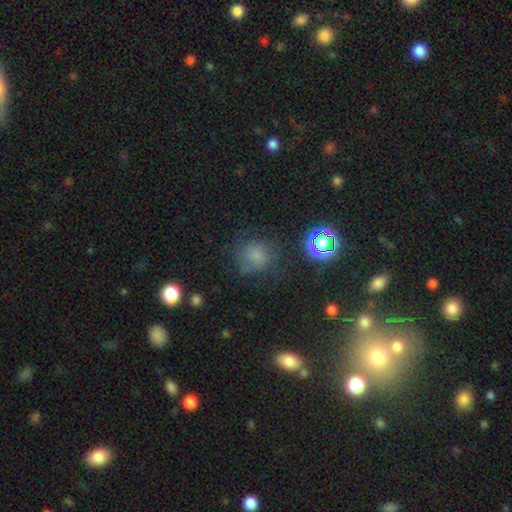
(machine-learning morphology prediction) Overall: smooth (70%). How rounded: round (86%). Merging: none (68%).